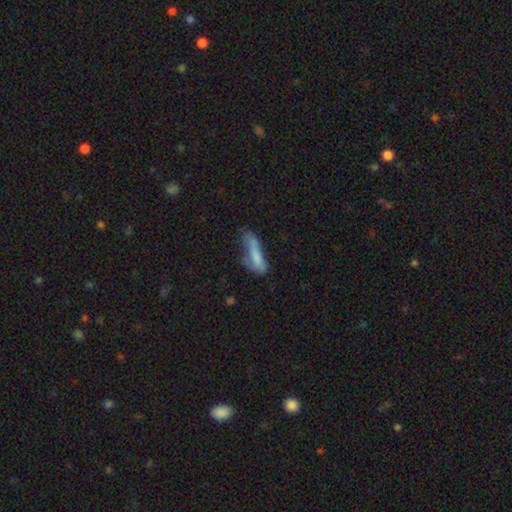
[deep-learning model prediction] This appears to be a smooth galaxy with no disk features (68%) that is cigar-shaped (69%). Merging: none (34%).